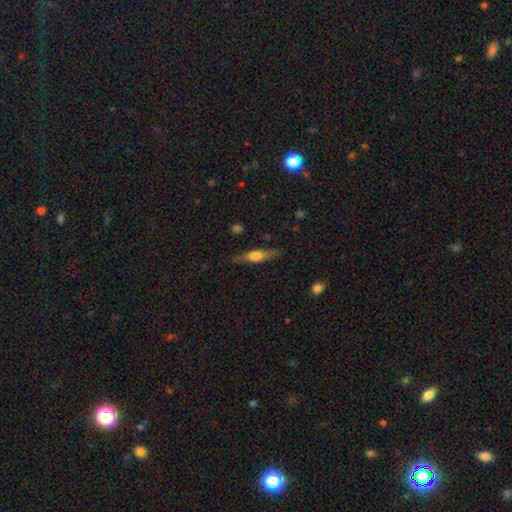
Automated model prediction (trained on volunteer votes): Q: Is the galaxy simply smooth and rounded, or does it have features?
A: featured or disk — 55%.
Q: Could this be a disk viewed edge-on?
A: yes — 94%.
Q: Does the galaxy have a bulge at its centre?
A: rounded — 84%.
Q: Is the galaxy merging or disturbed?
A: none — 83%.